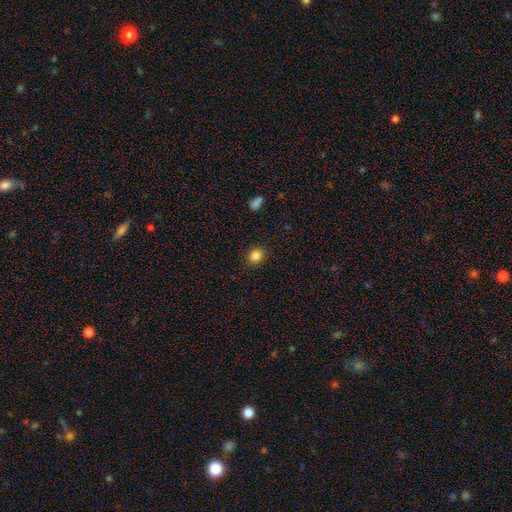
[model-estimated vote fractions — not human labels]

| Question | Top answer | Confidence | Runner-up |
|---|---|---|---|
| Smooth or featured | smooth | 85% | star or artifact (11%) |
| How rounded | round | 72% | in between (27%) |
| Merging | none | 90% | minor disturbance (7%) |